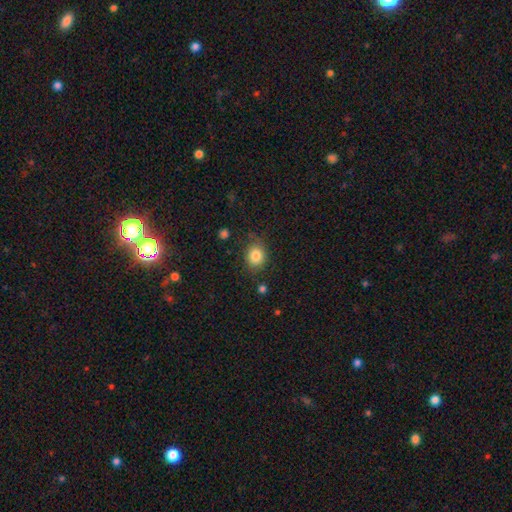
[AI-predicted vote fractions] Smooth or featured?
  - smooth: 83% *
  - star or artifact: 10%
  - featured or disk: 7%
How rounded?
  - round: 63% *
  - in between: 36%
  - cigar-shaped: 1%
Merging?
  - none: 77% *
  - minor disturbance: 16%
  - major disturbance: 4%
  - merger: 3%